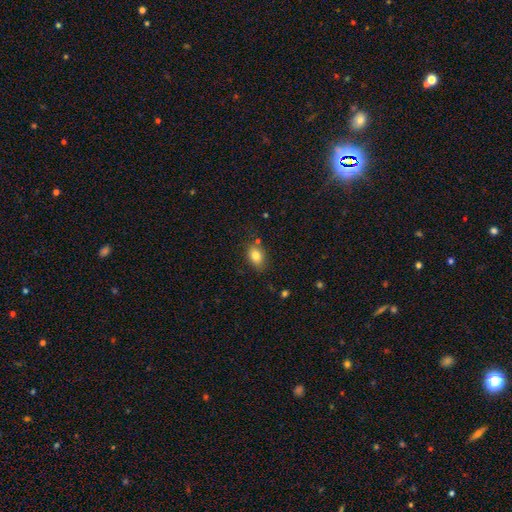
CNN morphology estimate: Smooth or featured?
  - smooth: 82% *
  - star or artifact: 9%
  - featured or disk: 9%
How rounded?
  - in between: 74% *
  - round: 25%
  - cigar-shaped: 1%
Merging?
  - none: 76% *
  - minor disturbance: 16%
  - merger: 4%
  - major disturbance: 4%